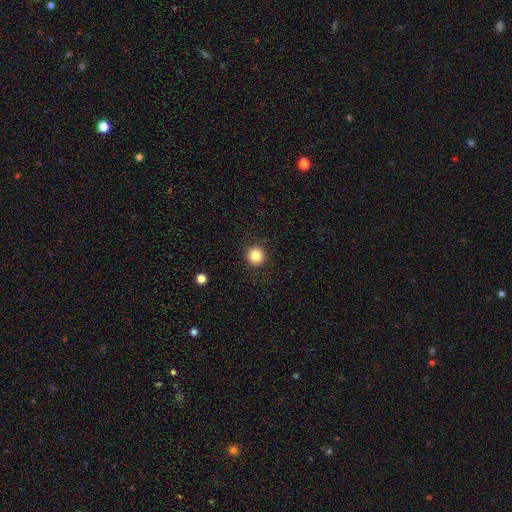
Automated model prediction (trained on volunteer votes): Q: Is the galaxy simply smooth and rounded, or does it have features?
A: smooth — 84%.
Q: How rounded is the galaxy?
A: round — 94%.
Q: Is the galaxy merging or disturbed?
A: none — 91%.